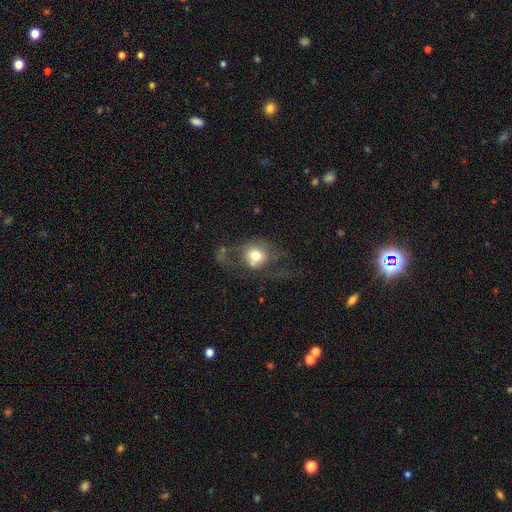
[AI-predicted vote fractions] Morphology: type=smooth (59%); roundness=round (68%); merging=major disturbance (39%).